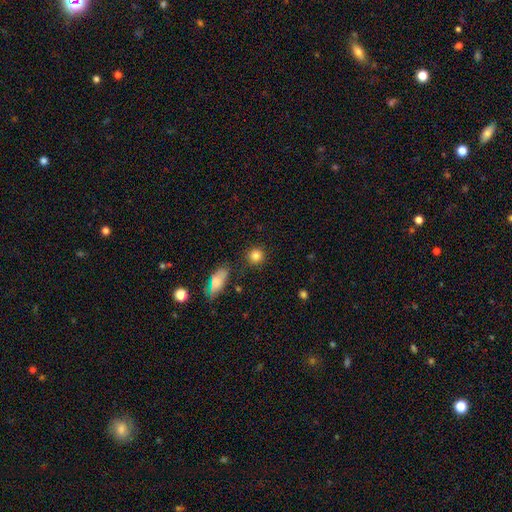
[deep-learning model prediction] Smooth or featured? Predicted: smooth (p=0.84). How rounded? Predicted: round (p=0.91). Merging? Predicted: none (p=0.85).